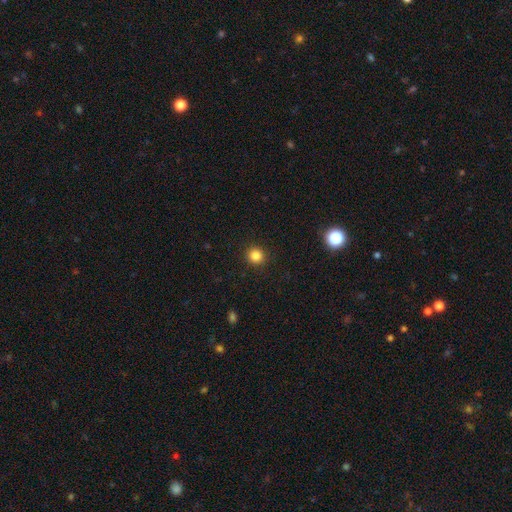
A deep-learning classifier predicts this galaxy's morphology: smooth 83%, star or artifact 12%, featured or disk 5%. Down the decision tree: how rounded — round (94%); merging — none (92%).